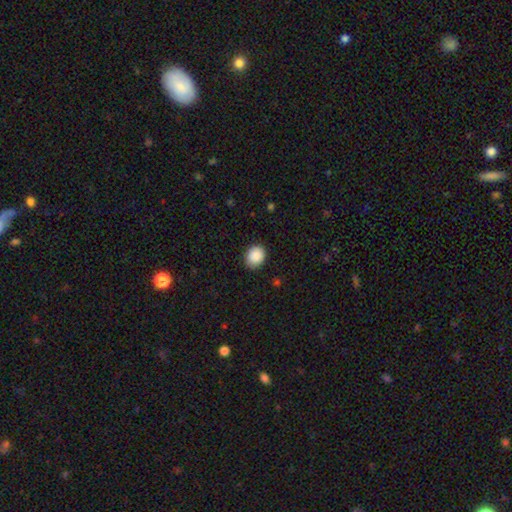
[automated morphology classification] Smooth or featured? Predicted: smooth (p=0.89). How rounded? Predicted: round (p=0.60). Merging? Predicted: none (p=0.86).